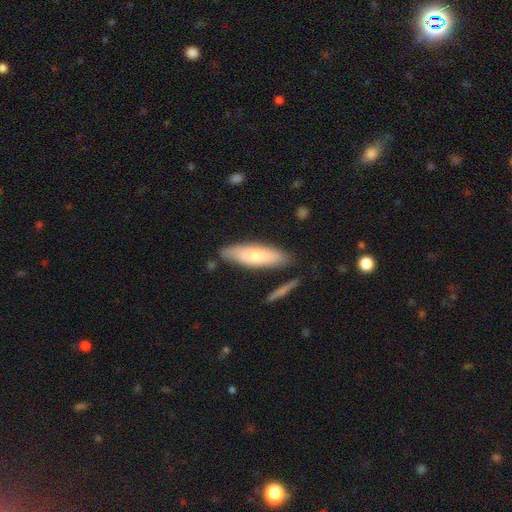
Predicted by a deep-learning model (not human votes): smooth-or-featured: smooth: 66% | featured or disk: 29% | star or artifact: 6%
  how-rounded: cigar-shaped: 52% | in between: 46% | round: 2%
  merging: none: 78% | minor disturbance: 15% | merger: 4% | major disturbance: 3%